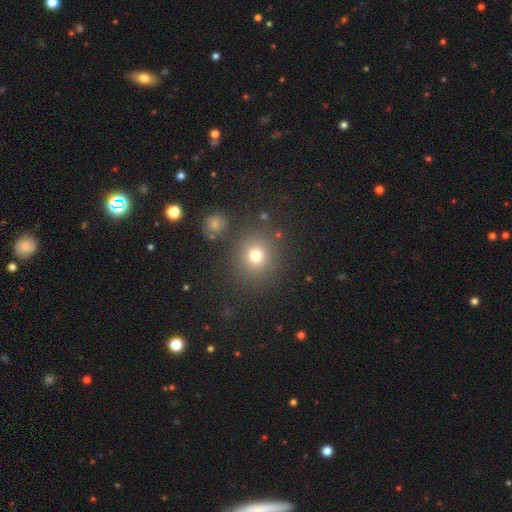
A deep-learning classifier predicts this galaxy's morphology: This appears to be a smooth galaxy with no disk features (76%) that is round (81%). Merging: none (82%).